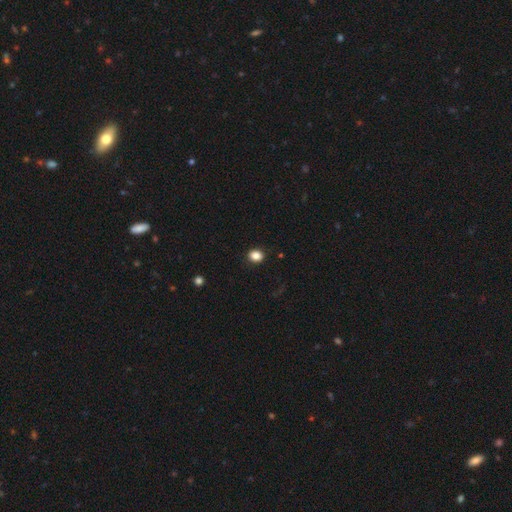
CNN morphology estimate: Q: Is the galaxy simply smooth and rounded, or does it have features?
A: smooth — 86%.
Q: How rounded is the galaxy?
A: round — 58%.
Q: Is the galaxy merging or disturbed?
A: none — 90%.